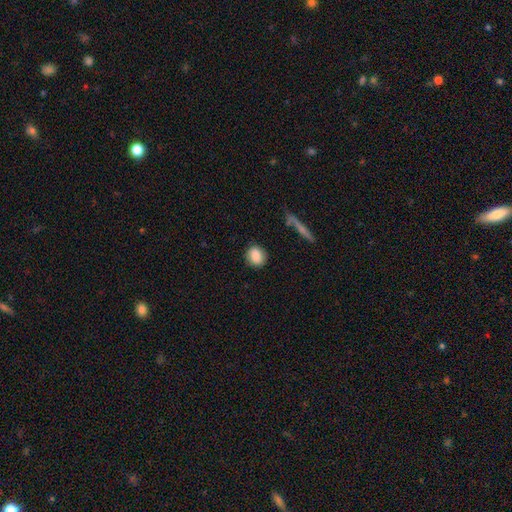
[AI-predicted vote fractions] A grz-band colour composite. It shows a smooth galaxy with no disk features (85%) that is round (73%). Merging: none (84%).